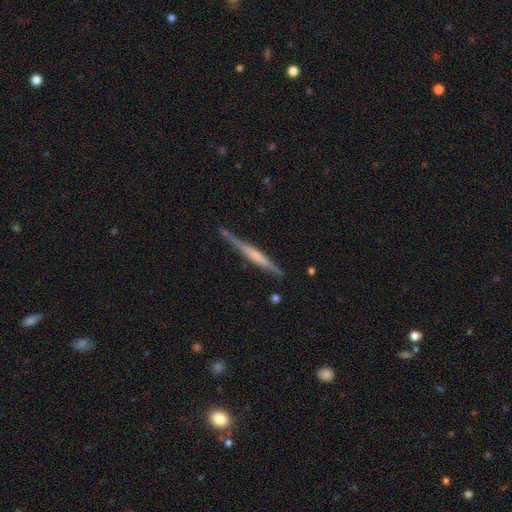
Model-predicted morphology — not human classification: featured or disk 64%, smooth 31%, star or artifact 5%. Down the decision tree: edge-on disk — yes (97%); edge-on bulge — none (50%); merging — none (83%).